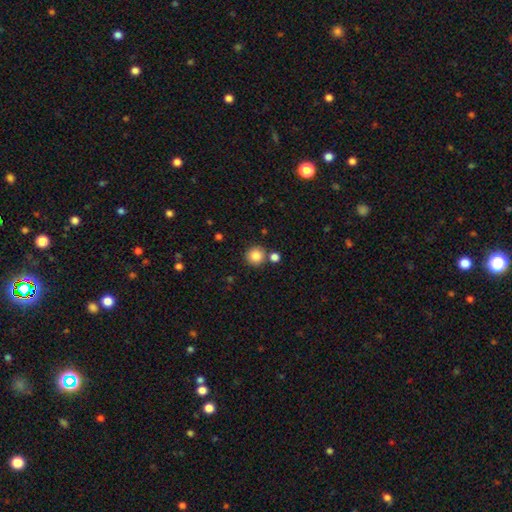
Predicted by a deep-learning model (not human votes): The model was most divided on "merging": none: 80%, merger: 10%, minor disturbance: 7%, major disturbance: 2%. More confident: how rounded — round (94%); smooth or featured — smooth (85%).